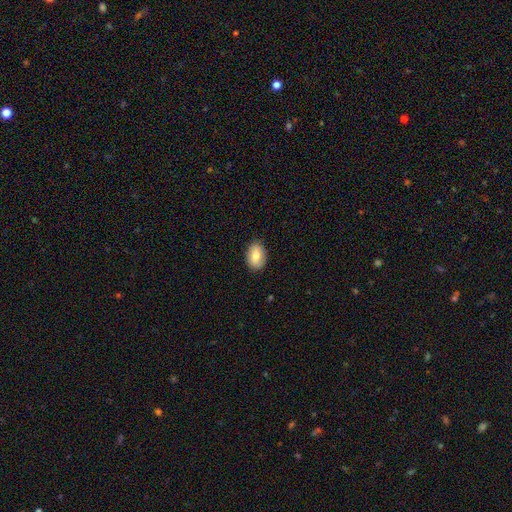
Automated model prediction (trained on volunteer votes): Smooth or featured? Predicted: smooth (p=0.74). How rounded? Predicted: in between (p=0.83). Merging? Predicted: none (p=0.86).